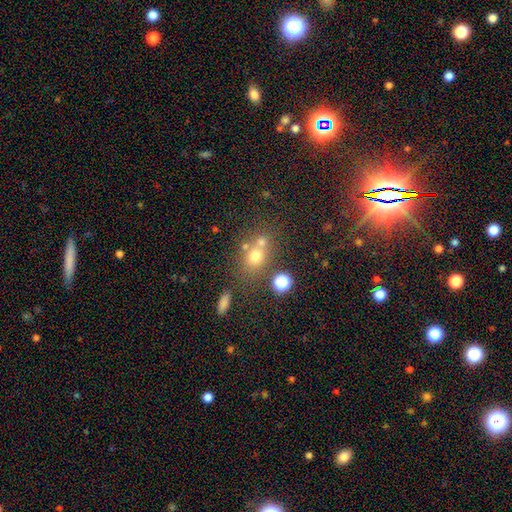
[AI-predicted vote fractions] Smooth or featured?
  - smooth: 62% *
  - star or artifact: 21%
  - featured or disk: 17%
How rounded?
  - round: 66% *
  - in between: 33%
  - cigar-shaped: 2%
Merging?
  - none: 46% *
  - merger: 39%
  - minor disturbance: 10%
  - major disturbance: 5%